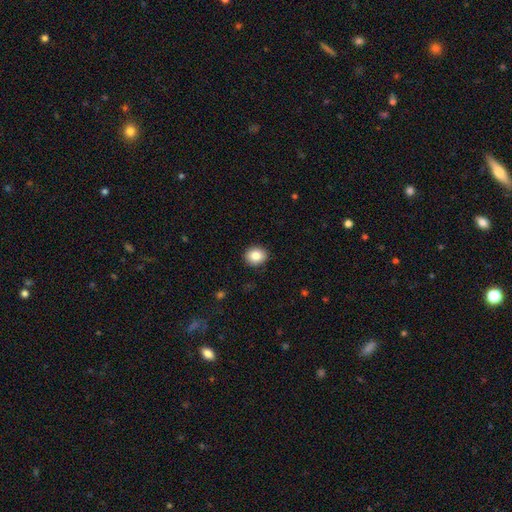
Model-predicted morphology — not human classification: This is clearly a smooth galaxy (86%). How rounded: likely round (69%). Merging: clearly none (90%).